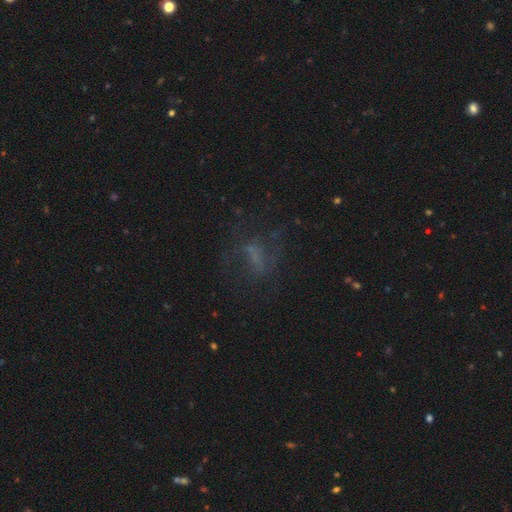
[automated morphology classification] This is marginally a featured or disk galaxy (41%). Merging: possibly none (55%).